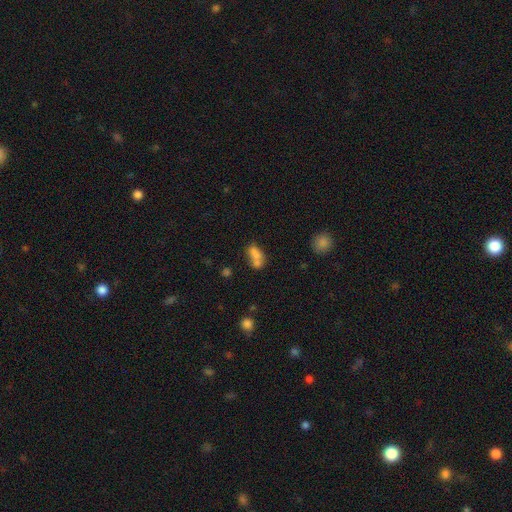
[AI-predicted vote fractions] This appears to be a smooth galaxy with no disk features (74%) that is in between round and cigar-shaped (80%). Merging: merger (48%).